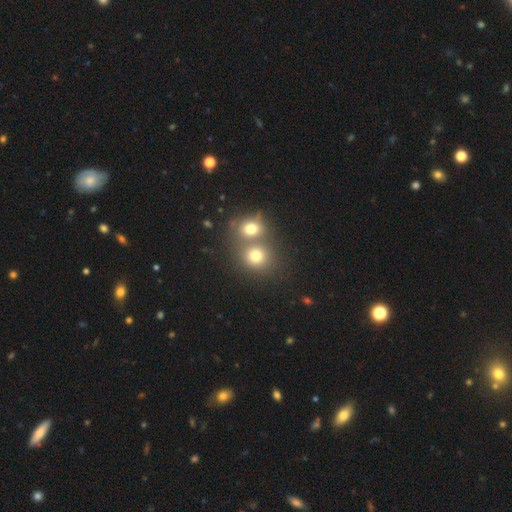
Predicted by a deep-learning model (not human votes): This is likely a smooth galaxy (74%). How rounded: clearly round (82%). Merging: possibly merger (49%).